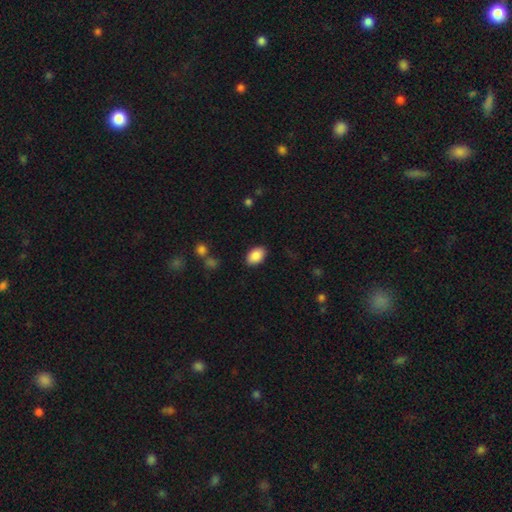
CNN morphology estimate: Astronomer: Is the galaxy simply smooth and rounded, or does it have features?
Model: smooth — 88%.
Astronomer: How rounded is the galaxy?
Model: in between — 89%.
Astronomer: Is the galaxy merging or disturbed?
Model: none — 88%.